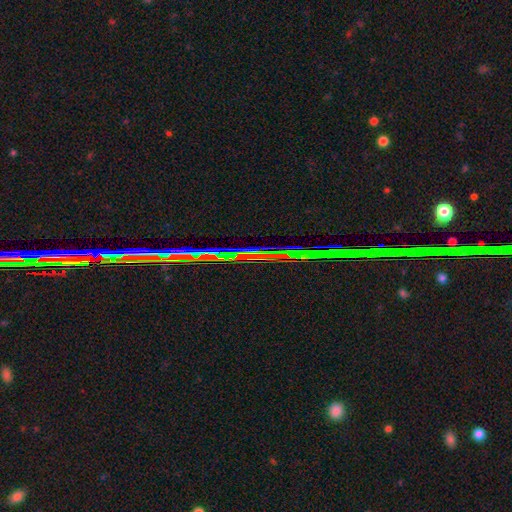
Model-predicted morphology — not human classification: A star or artifact, not a galaxy (79%).